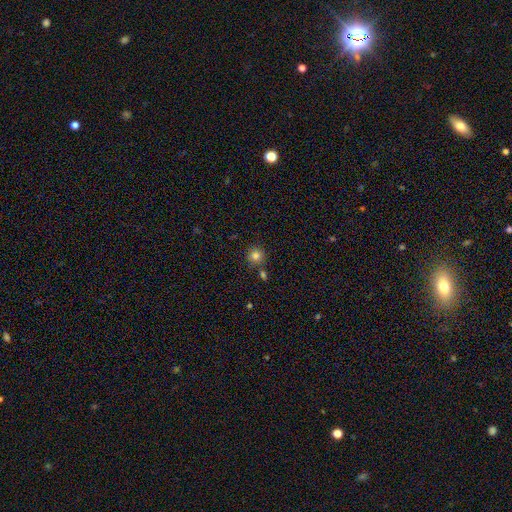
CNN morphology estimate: This appears to be a smooth galaxy with no disk features (83%) that is round (93%). Merging: none (80%).